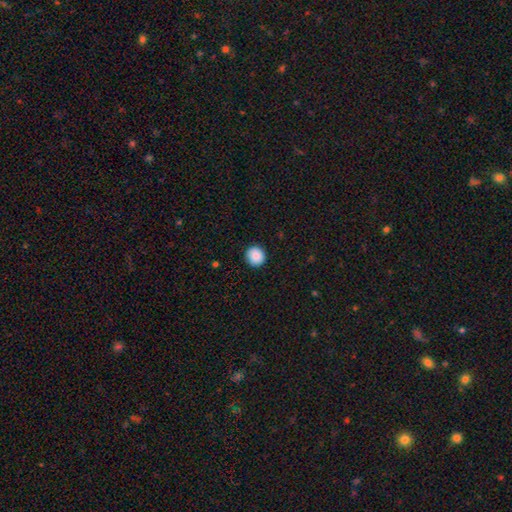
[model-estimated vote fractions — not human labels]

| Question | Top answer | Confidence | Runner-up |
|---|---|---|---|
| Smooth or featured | smooth | 88% | star or artifact (8%) |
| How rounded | round | 92% | in between (7%) |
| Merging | none | 92% | minor disturbance (5%) |